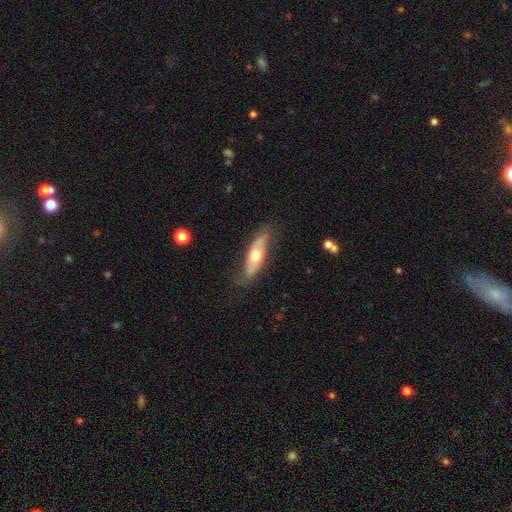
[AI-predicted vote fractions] Q: Smooth or featured?
A: featured or disk (53%); runner-up: smooth (41%)
Q: Edge-on disk?
A: no (56%); runner-up: yes (44%)
Q: Merging?
A: none (71%); runner-up: minor disturbance (21%)